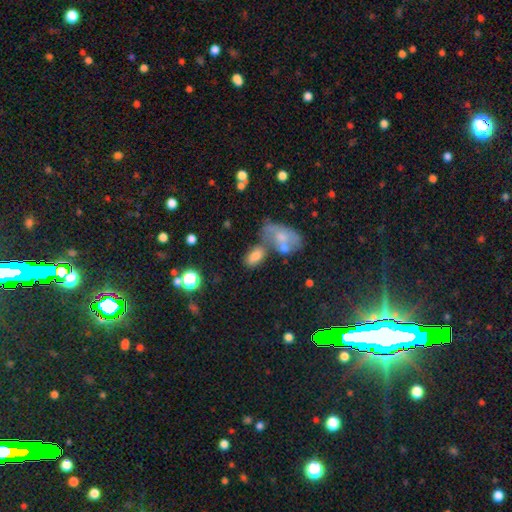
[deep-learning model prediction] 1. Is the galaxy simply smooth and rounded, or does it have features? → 74% smooth, 13% featured or disk, 13% star or artifact.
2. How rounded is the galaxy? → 89% in between, 8% round, 3% cigar-shaped.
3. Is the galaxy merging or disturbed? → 49% none, 28% merger, 16% minor disturbance, 7% major disturbance.